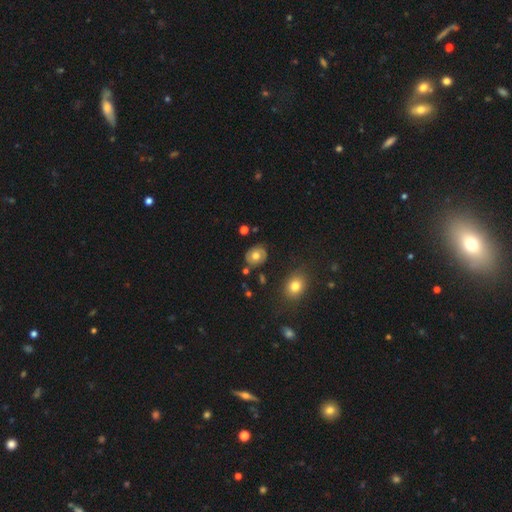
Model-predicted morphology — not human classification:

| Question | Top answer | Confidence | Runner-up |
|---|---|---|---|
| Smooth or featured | smooth | 47% | featured or disk (44%) |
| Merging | none | 80% | minor disturbance (13%) |